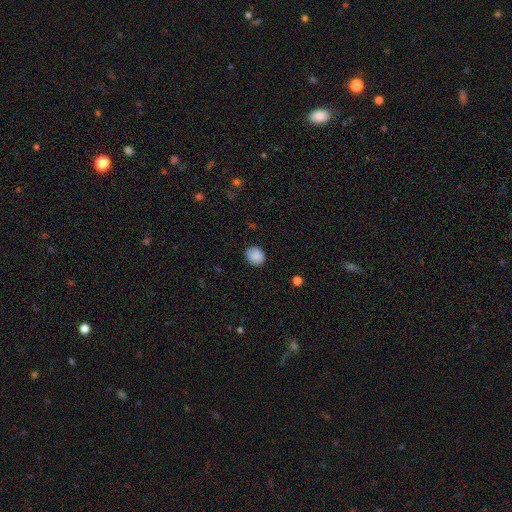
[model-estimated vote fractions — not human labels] Smooth or featured?
  - smooth: 88% *
  - star or artifact: 8%
  - featured or disk: 4%
How rounded?
  - round: 82% *
  - in between: 17%
  - cigar-shaped: 1%
Merging?
  - none: 86% *
  - minor disturbance: 11%
  - major disturbance: 2%
  - merger: 1%